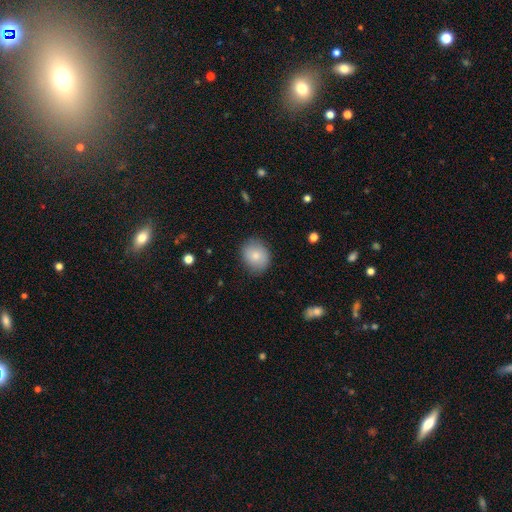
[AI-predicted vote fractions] Smooth or featured?
  - smooth: 82% *
  - featured or disk: 11%
  - star or artifact: 7%
How rounded?
  - round: 64% *
  - in between: 35%
  - cigar-shaped: 1%
Merging?
  - none: 82% *
  - minor disturbance: 14%
  - major disturbance: 3%
  - merger: 1%